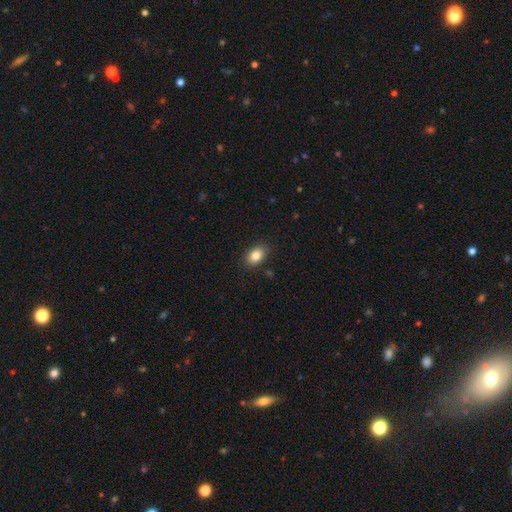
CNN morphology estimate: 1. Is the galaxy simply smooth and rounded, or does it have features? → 84% smooth, 9% star or artifact, 7% featured or disk.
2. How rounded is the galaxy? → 83% in between, 15% round, 1% cigar-shaped.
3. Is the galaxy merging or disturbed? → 87% none, 9% minor disturbance, 2% major disturbance, 1% merger.